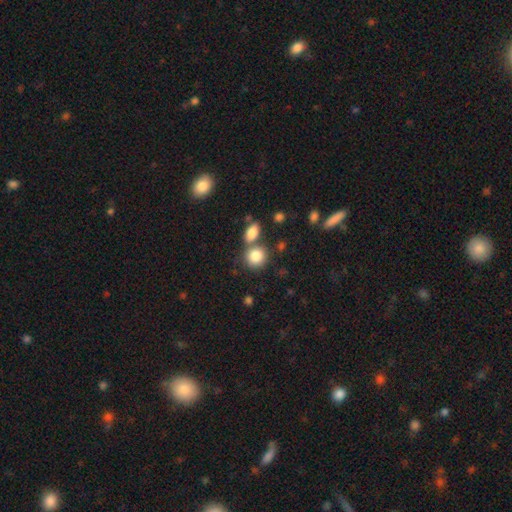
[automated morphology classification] smooth_or_featured: smooth (p=0.84) [alt: star or artifact p=0.08]
how_rounded: round (p=0.78) [alt: in between p=0.21]
merging: none (p=0.57) [alt: merger p=0.30]